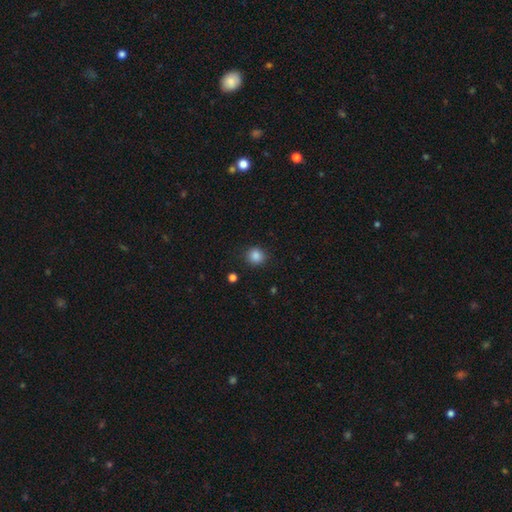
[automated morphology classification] type=smooth (86%); roundness=round (89%); merging=none (89%).